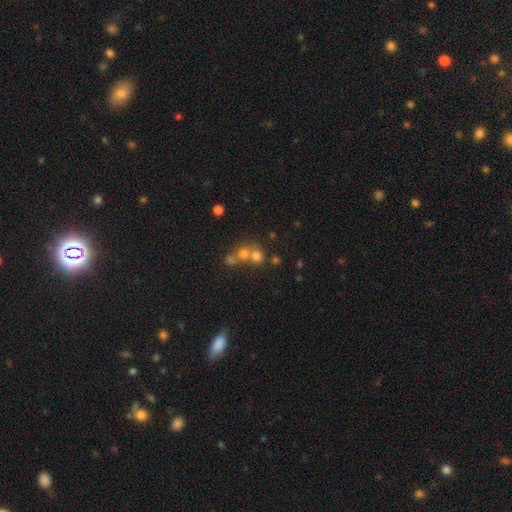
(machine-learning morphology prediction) A smooth galaxy with no disk features (66%) that is round (84%). Merging: merger (51%).